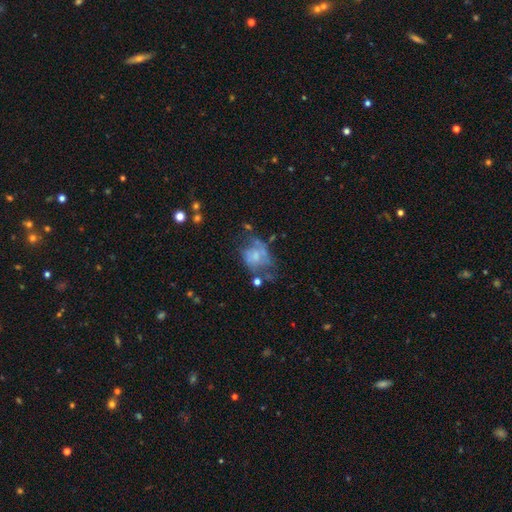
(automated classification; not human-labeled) smooth_or_featured: featured or disk (p=0.51) [alt: smooth p=0.39]
disk_edge_on: no (p=0.97) [alt: yes p=0.03]
merging: major disturbance (p=0.36) [alt: none p=0.29]